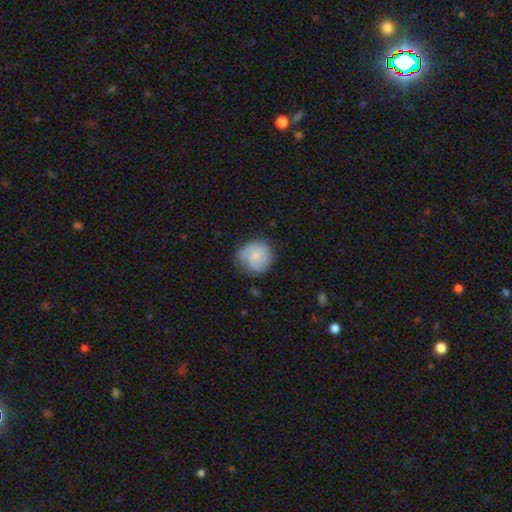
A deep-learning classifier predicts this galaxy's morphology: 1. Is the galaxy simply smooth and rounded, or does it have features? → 60% smooth, 33% featured or disk, 7% star or artifact.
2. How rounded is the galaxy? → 86% round, 13% in between, 1% cigar-shaped.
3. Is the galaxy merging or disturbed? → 62% none, 27% minor disturbance, 9% major disturbance, 3% merger.